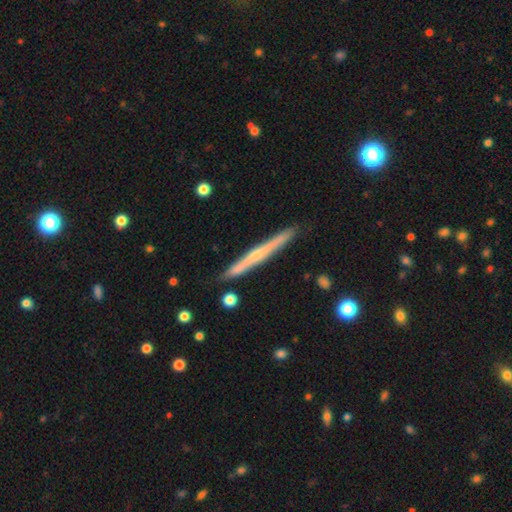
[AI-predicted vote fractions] Morphology: type=featured or disk (63%); edge-on=yes (97%); edge-on bulge=rounded (54%); merging=none (89%).